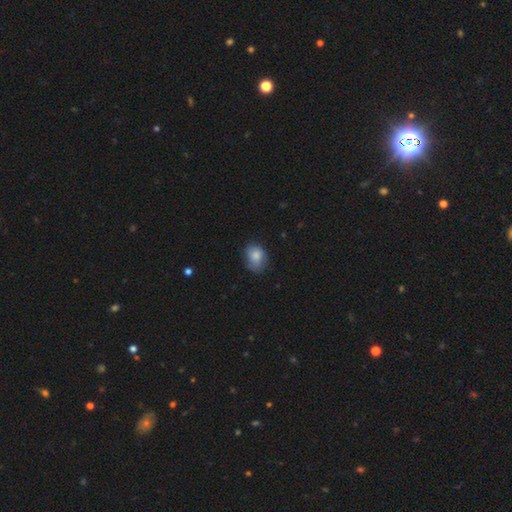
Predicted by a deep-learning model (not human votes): Overall: smooth (82%). How rounded: in between (67%; round 32%). Merging: none (66%).